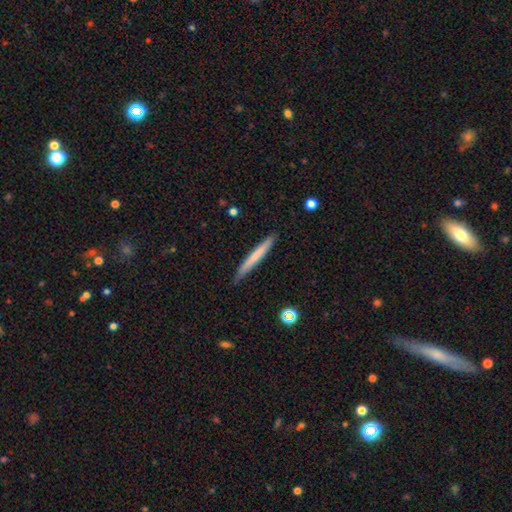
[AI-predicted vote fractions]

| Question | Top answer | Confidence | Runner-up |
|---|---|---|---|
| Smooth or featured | smooth | 64% | featured or disk (30%) |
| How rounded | cigar-shaped | 97% | in between (2%) |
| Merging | none | 86% | minor disturbance (11%) |